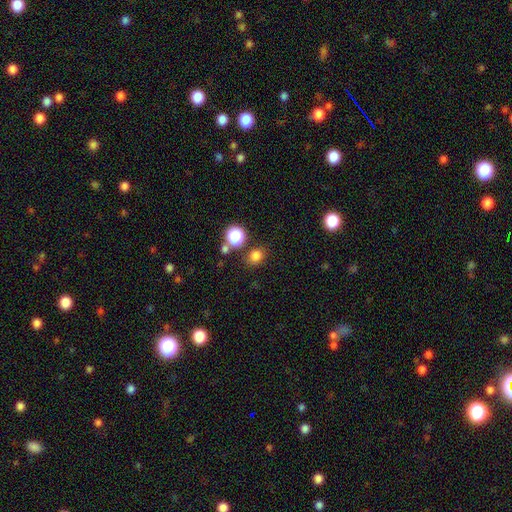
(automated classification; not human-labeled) Smooth or featured? smooth (79%)
How rounded? round (66%)
Merging? none (80%)